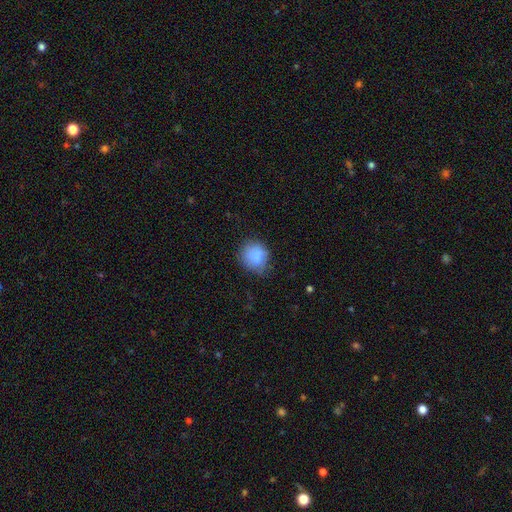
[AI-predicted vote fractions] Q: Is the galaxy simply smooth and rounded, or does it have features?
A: smooth — 85%.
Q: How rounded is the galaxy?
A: round — 75%.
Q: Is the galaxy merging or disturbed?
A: none — 69%.